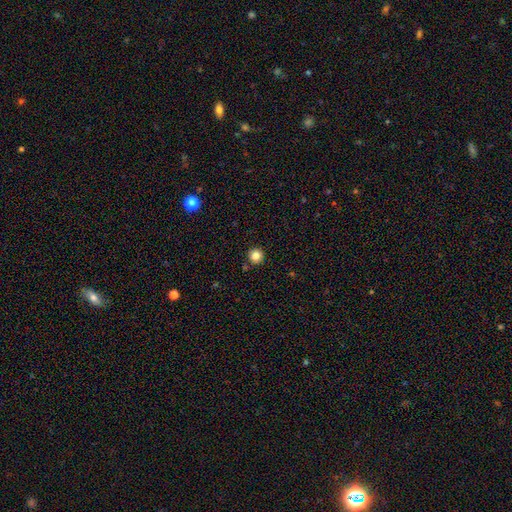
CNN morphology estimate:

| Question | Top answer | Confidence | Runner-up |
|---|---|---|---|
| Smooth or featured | smooth | 83% | star or artifact (12%) |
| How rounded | round | 96% | in between (3%) |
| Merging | none | 91% | minor disturbance (5%) |